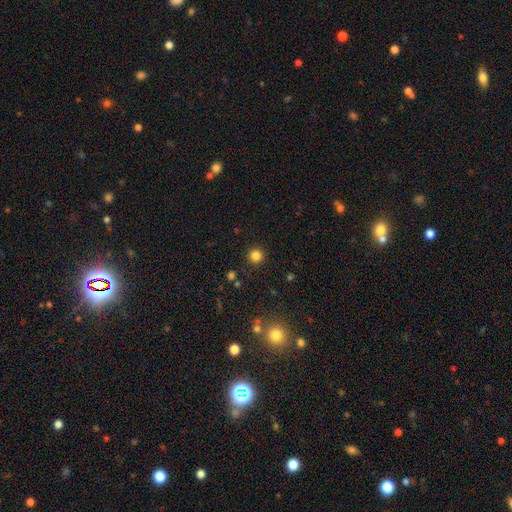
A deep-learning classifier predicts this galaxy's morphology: Smooth or featured?
  - smooth: 82% *
  - star or artifact: 13%
  - featured or disk: 4%
How rounded?
  - round: 95% *
  - in between: 4%
  - cigar-shaped: 1%
Merging?
  - none: 92% *
  - minor disturbance: 5%
  - major disturbance: 2%
  - merger: 1%